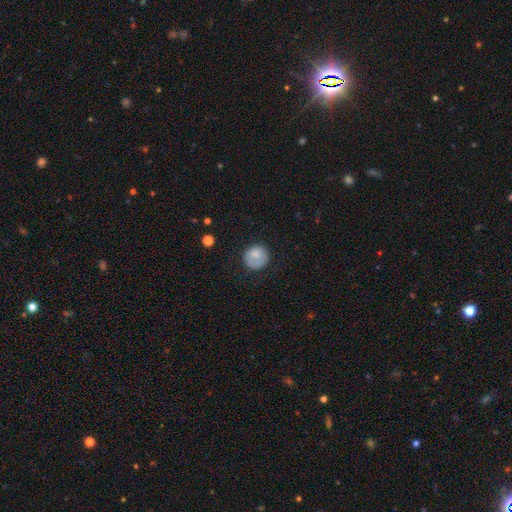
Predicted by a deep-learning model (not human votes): Q: Smooth or featured?
A: smooth (77%); runner-up: featured or disk (16%)
Q: How rounded?
A: round (88%); runner-up: in between (11%)
Q: Merging?
A: none (70%); runner-up: minor disturbance (19%)